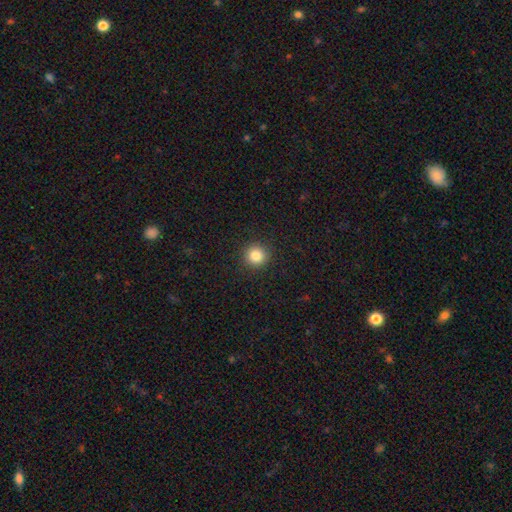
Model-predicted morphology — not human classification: type=smooth (84%); roundness=round (94%); merging=none (92%).